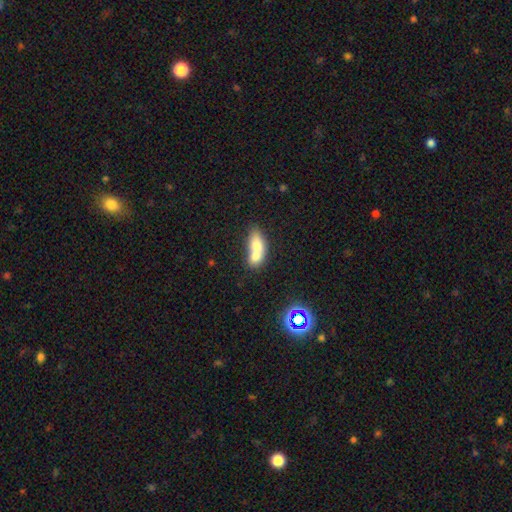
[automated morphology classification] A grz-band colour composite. It shows a smooth galaxy with no disk features (67%) that is in between round and cigar-shaped (73%). Merging: merger (71%).